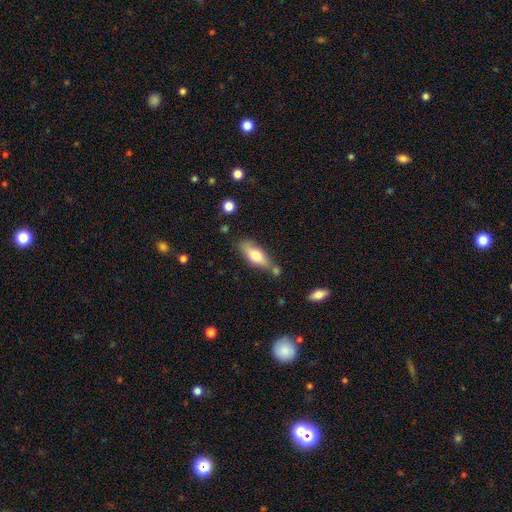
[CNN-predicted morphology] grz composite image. It shows a smooth galaxy with no disk features (69%) that is in between round and cigar-shaped (71%). Merging: none (65%).